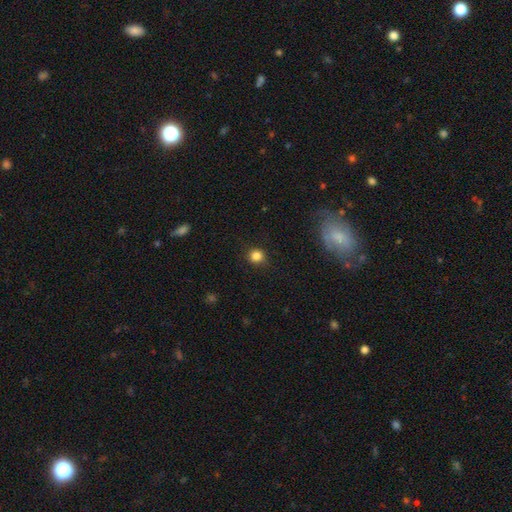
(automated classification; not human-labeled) The model was most divided on "smooth or featured": smooth: 83%, star or artifact: 12%, featured or disk: 5%. More confident: how rounded — round (90%); merging — none (86%).